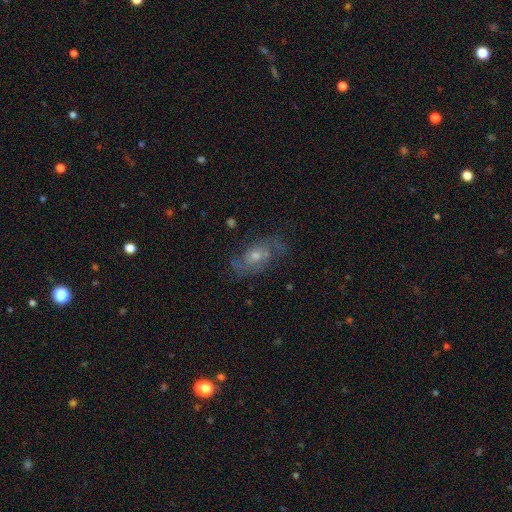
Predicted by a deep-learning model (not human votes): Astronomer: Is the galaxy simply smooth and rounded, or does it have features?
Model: featured or disk — 71%.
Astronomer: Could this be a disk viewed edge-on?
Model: no — 94%.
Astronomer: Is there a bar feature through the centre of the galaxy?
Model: no — 71%.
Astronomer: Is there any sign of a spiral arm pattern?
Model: yes — 88%.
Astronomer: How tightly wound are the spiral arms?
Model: medium — 47% (runner-up: tight, 27%).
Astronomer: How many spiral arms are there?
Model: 2 — 72%.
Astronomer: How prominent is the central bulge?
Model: moderate — 53% (runner-up: small, 40%).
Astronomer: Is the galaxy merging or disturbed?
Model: none — 73%.